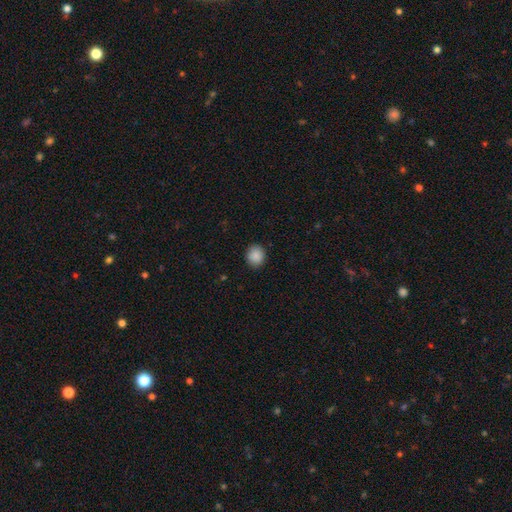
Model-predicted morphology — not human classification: Overall: smooth (89%). How rounded: round (79%). Merging: none (90%).